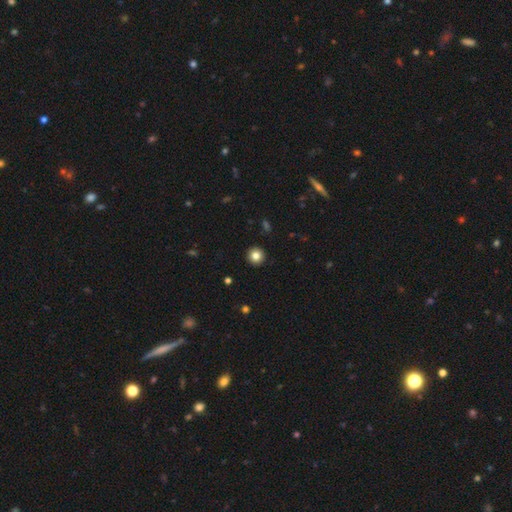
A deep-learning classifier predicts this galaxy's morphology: Smooth or featured? smooth (83%)
How rounded? round (95%)
Merging? none (93%)